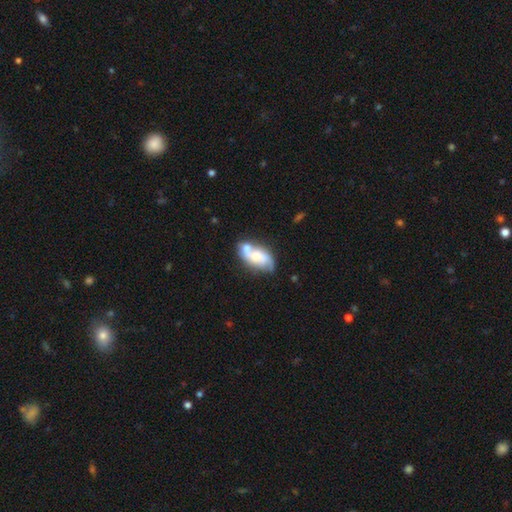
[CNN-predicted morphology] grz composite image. It shows a featured or disk galaxy (58%) with no bar (65%), spiral arms (75%) and a moderate central bulge (50%). Merging: none (40%).